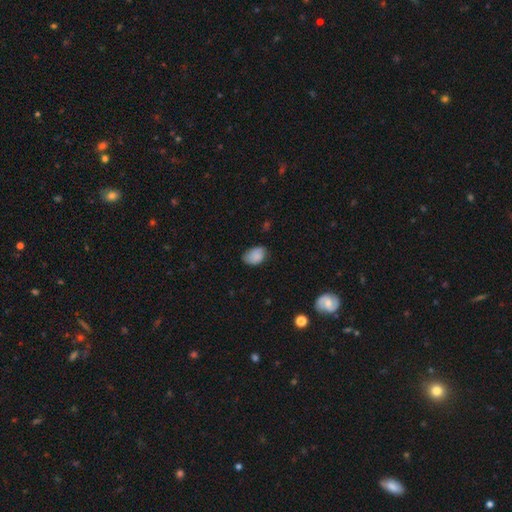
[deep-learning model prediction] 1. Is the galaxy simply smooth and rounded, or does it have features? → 85% smooth, 8% star or artifact, 7% featured or disk.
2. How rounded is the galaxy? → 84% in between, 15% round, 1% cigar-shaped.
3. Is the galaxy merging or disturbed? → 64% none, 29% minor disturbance, 5% major disturbance, 1% merger.